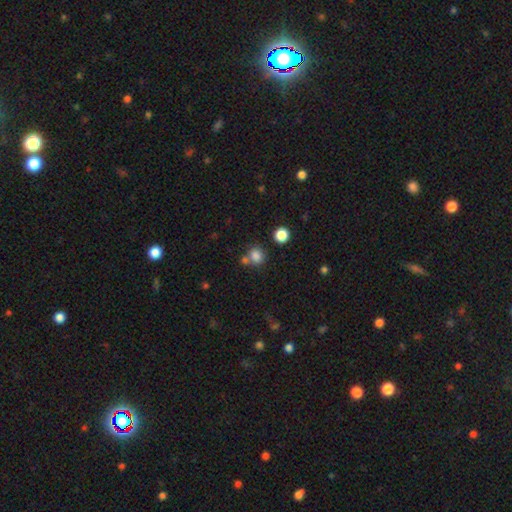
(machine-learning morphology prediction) Smooth or featured: smooth — 81% (star or artifact — 13%)
How rounded: round — 79% (in between — 20%)
Merging: none — 62% (merger — 23%)